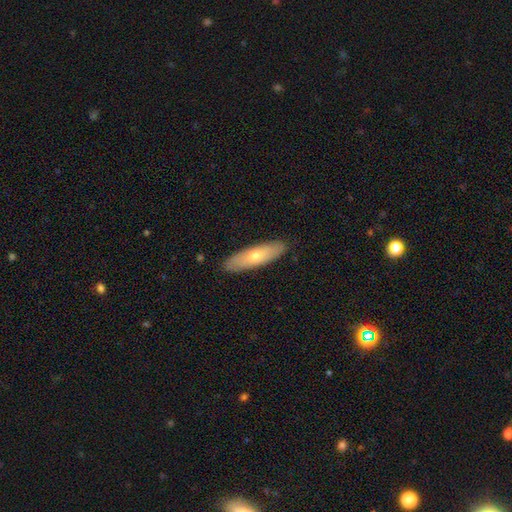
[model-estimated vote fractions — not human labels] A smooth galaxy with no disk features (57%) that is cigar-shaped (62%). Merging: none (89%).